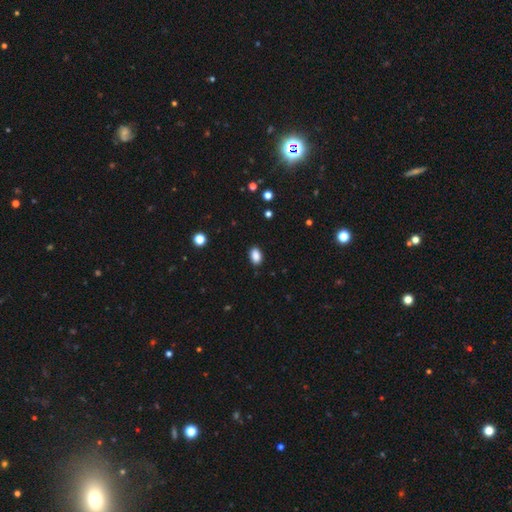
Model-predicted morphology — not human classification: smooth-or-featured: smooth: 88% | star or artifact: 9% | featured or disk: 3%
  how-rounded: in between: 89% | round: 9% | cigar-shaped: 2%
  merging: none: 89% | minor disturbance: 8% | major disturbance: 2% | merger: 1%